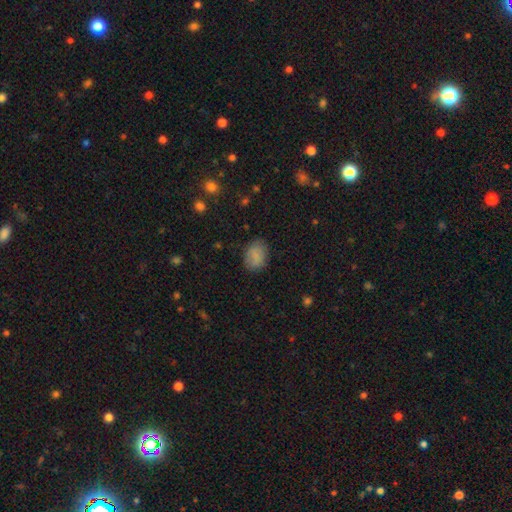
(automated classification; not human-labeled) smooth_or_featured: smooth (p=0.82) [alt: star or artifact p=0.09]
how_rounded: in between (p=0.74) [alt: round p=0.24]
merging: none (p=0.80) [alt: minor disturbance p=0.15]